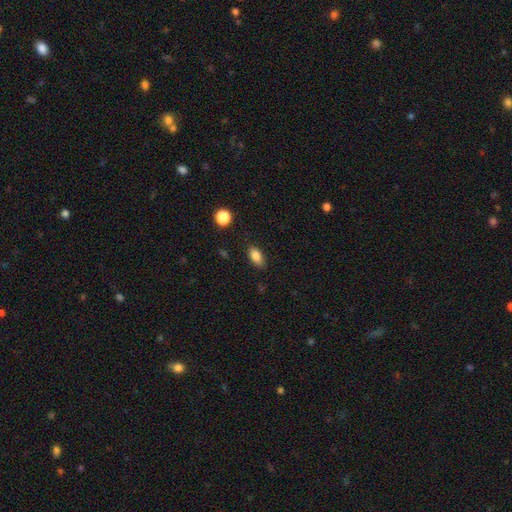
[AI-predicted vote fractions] This appears to be a smooth galaxy with no disk features (85%) that is in between round and cigar-shaped (88%). Merging: none (84%).